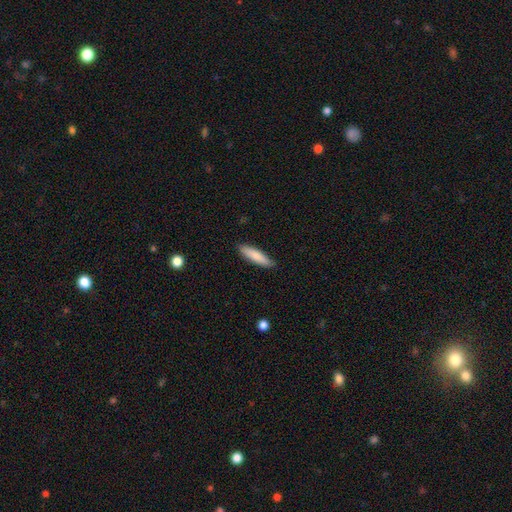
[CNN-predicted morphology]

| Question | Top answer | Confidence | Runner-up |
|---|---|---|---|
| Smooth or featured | smooth | 83% | featured or disk (11%) |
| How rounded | cigar-shaped | 75% | in between (24%) |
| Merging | none | 86% | minor disturbance (11%) |